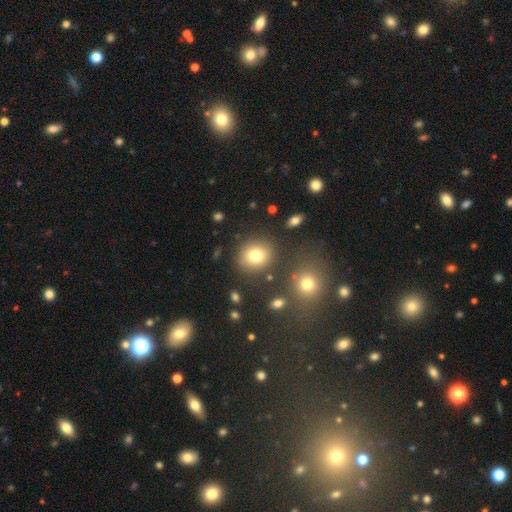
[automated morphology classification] smooth_or_featured: smooth (p=0.78) [alt: star or artifact p=0.12]
how_rounded: round (p=0.79) [alt: in between p=0.20]
merging: none (p=0.82) [alt: minor disturbance p=0.09]